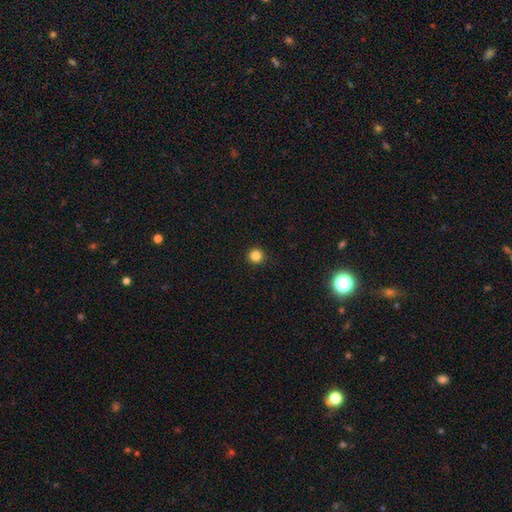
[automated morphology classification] This appears to be a smooth galaxy with no disk features (84%) that is round (96%). Merging: none (93%).